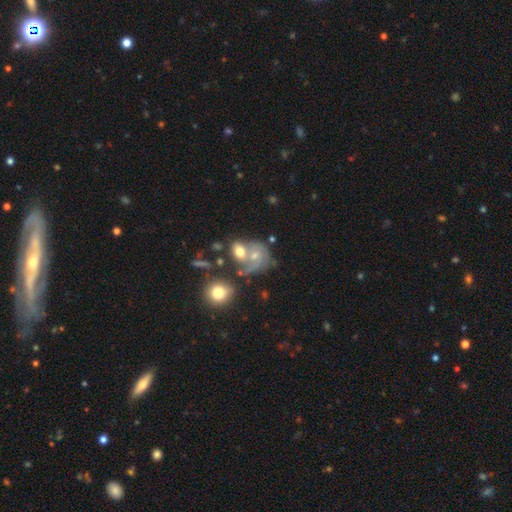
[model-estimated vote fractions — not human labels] A featured or disk galaxy (45%).

Vote fractions:
- Smooth or featured? featured or disk: 45% / smooth: 43% / star or artifact: 11%
- Merging? merger: 52% / none: 25% / major disturbance: 12% / minor disturbance: 11%